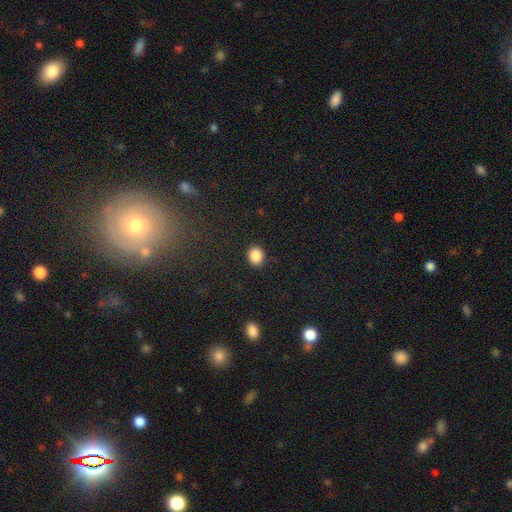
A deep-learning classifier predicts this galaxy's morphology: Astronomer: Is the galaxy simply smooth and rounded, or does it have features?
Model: smooth — 87%.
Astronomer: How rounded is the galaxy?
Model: round — 69%.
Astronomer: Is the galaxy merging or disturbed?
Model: none — 90%.